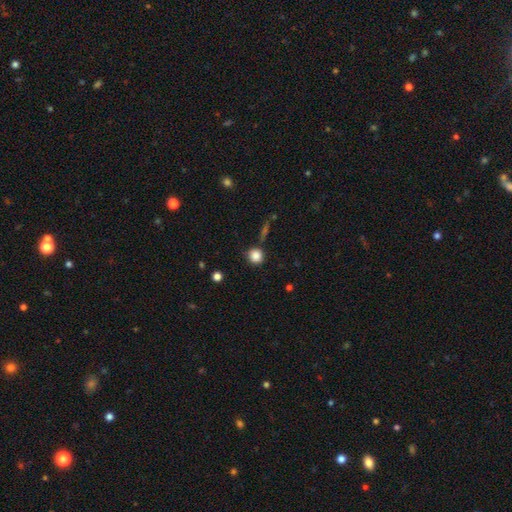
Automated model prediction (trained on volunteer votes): Smooth or featured? smooth (85%)
How rounded? round (90%)
Merging? none (78%)